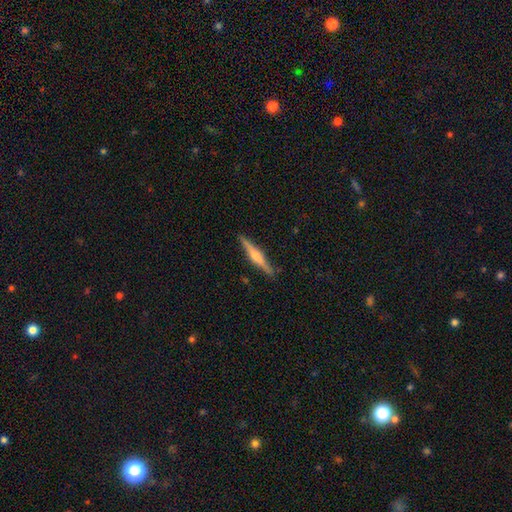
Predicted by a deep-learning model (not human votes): smooth_or_featured: featured or disk (p=0.64) [alt: smooth p=0.30]
disk_edge_on: yes (p=0.97) [alt: no p=0.03]
edge_on_bulge: rounded (p=0.63) [alt: boxy p=0.25]
merging: none (p=0.88) [alt: minor disturbance p=0.09]